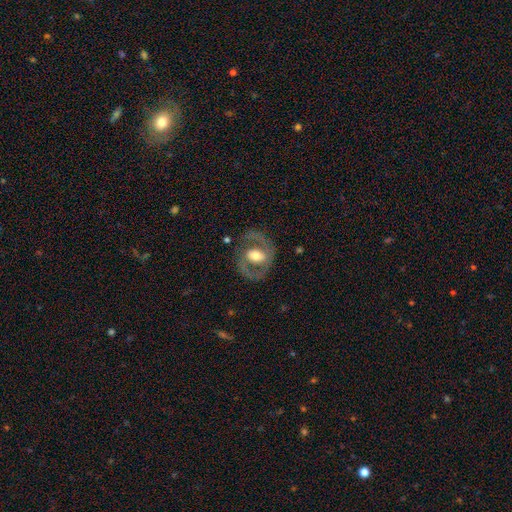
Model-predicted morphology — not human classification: Smooth or featured? Predicted: featured or disk (p=0.76). Edge-on disk? Predicted: no (p=0.96). Bar? Predicted: weak (p=0.40). Spiral arms? Predicted: yes (p=0.75). Spiral winding? Predicted: medium (p=0.54). Spiral arm count? Predicted: 2 (p=0.86). Bulge size? Predicted: moderate (p=0.62). Merging? Predicted: none (p=0.75).